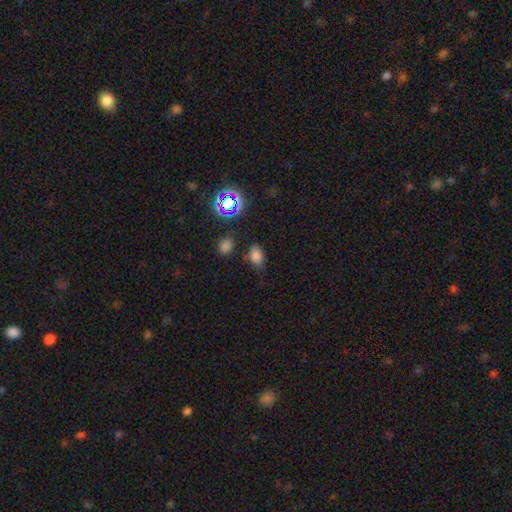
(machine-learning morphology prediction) This appears to be a smooth galaxy with no disk features (73%) that is in between round and cigar-shaped (84%). Merging: none (70%).